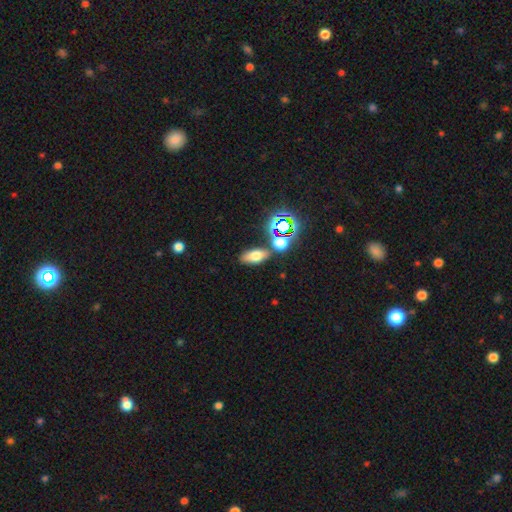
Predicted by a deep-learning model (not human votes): Smooth or featured? smooth (63%)
How rounded? in between (77%)
Merging? none (74%)